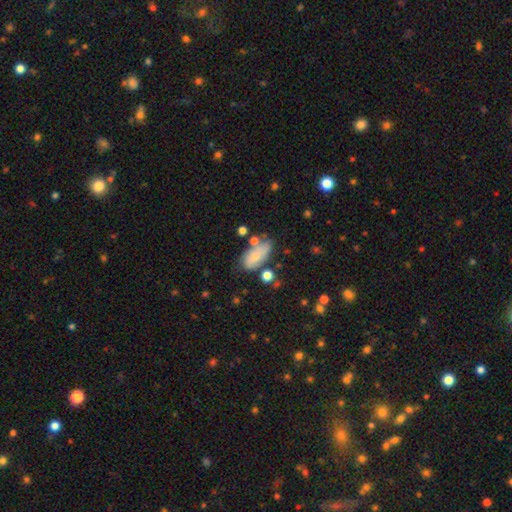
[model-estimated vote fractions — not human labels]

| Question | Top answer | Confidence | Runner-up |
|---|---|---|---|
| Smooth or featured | smooth | 74% | featured or disk (18%) |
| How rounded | in between | 89% | cigar-shaped (6%) |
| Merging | none | 58% | minor disturbance (22%) |